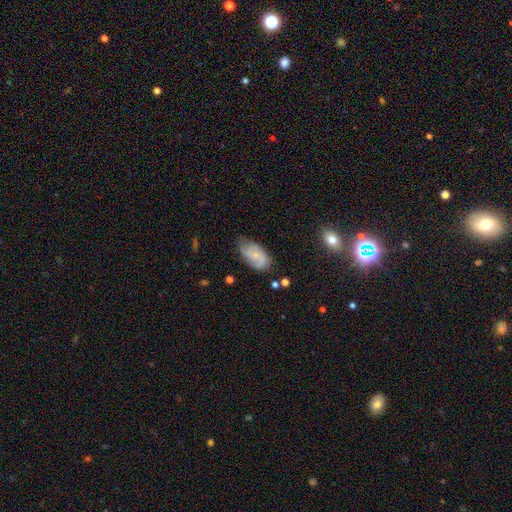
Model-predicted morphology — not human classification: Overall: featured or disk (62%; smooth 30%). Edge-on disk: no (96%). Bar: no (63%; weak 32%). Spiral arms: yes (89%). Spiral arm count: 2 (55%; can't tell 19%). Spiral winding: medium (45%; loose 28%). Bulge size: small (65%). Merging: none (60%; minor disturbance 28%).